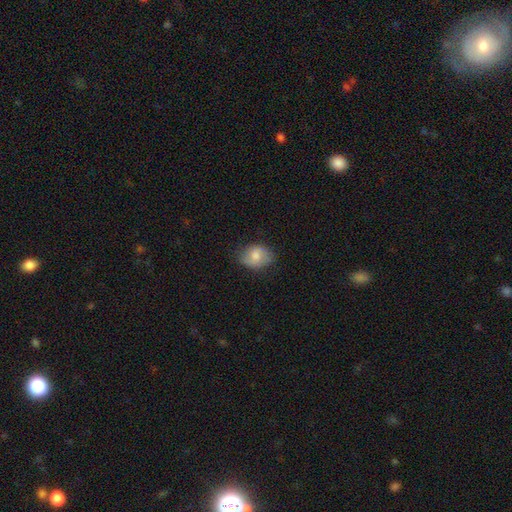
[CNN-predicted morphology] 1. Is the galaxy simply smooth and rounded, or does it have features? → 63% smooth, 29% featured or disk, 8% star or artifact.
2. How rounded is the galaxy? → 67% in between, 32% round, 1% cigar-shaped.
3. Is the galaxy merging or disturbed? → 75% none, 20% minor disturbance, 4% major disturbance, 1% merger.